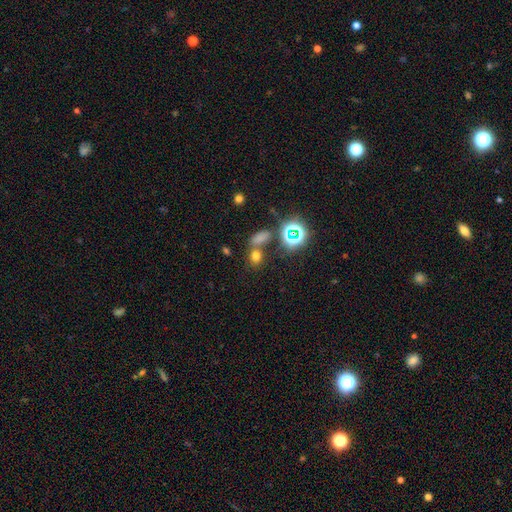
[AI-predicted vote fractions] Smooth or featured? Predicted: smooth (p=0.64). How rounded? Predicted: in between (p=0.53). Merging? Predicted: none (p=0.60).